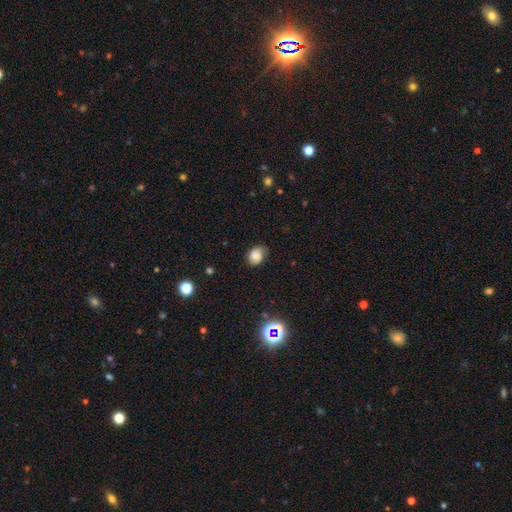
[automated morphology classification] A smooth galaxy with no disk features (77%) that is in between round and cigar-shaped (55%).

Vote fractions:
- Smooth or featured? smooth: 77% / featured or disk: 12% / star or artifact: 11%
- How rounded? in between: 55% / round: 44% / cigar-shaped: 1%
- Merging? none: 60% / minor disturbance: 31% / major disturbance: 8% / merger: 2%